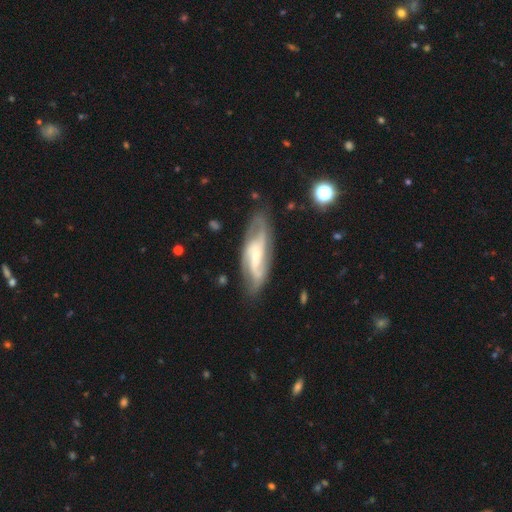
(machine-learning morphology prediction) featured or disk 81%, smooth 14%, star or artifact 5%. Down the decision tree: edge-on disk — no (89%); bar — weak (41%); spiral arms — yes (94%); spiral arm count — 2 (54%); spiral winding — medium (47%); bulge size — small (58%); merging — none (70%).